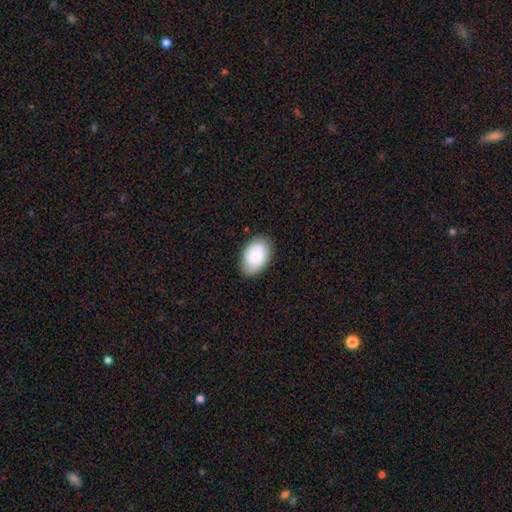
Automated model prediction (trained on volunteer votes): Overall: smooth (77%). How rounded: in between (89%). Merging: none (77%).